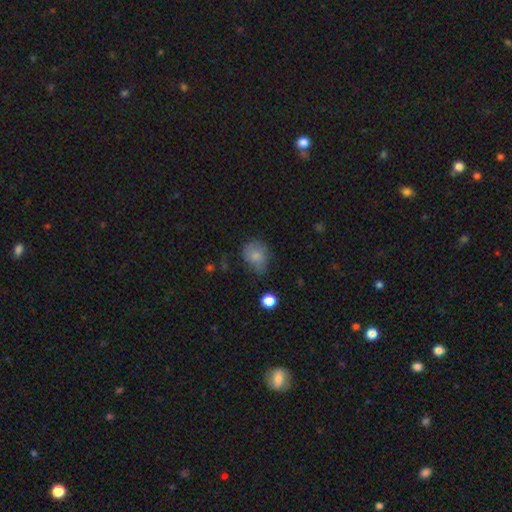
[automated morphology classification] Smooth or featured? Predicted: smooth (p=0.77). How rounded? Predicted: round (p=0.55). Merging? Predicted: none (p=0.52).